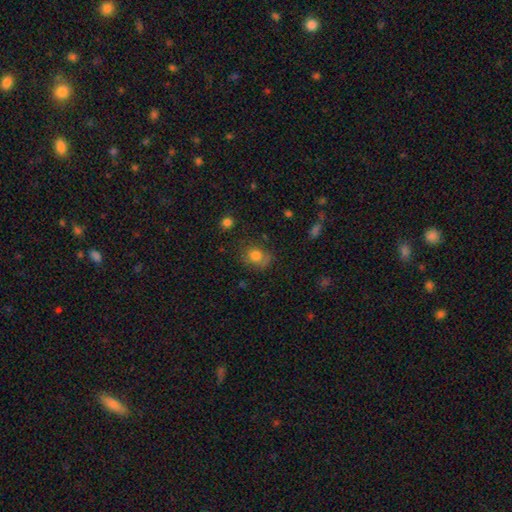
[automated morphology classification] smooth 76%, featured or disk 12%, star or artifact 12%. Down the decision tree: how rounded — round (64%); merging — none (62%).